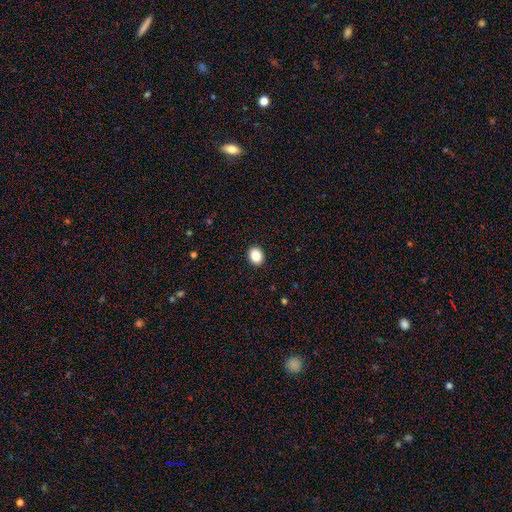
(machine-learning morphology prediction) Smooth or featured? smooth (88%)
How rounded? in between (50%)
Merging? none (91%)